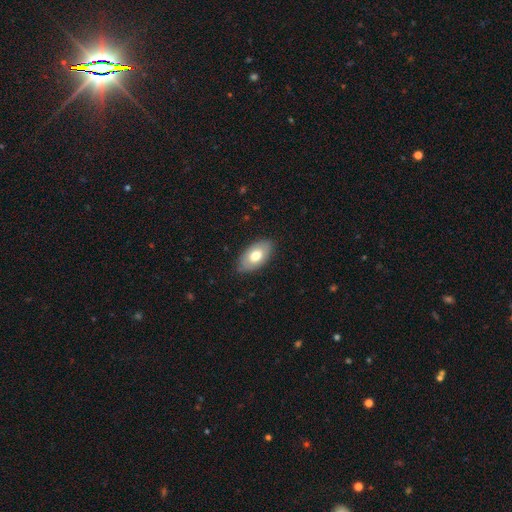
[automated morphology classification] Q: Smooth or featured?
A: smooth (70%); runner-up: featured or disk (24%)
Q: How rounded?
A: in between (94%); runner-up: round (4%)
Q: Merging?
A: none (83%); runner-up: minor disturbance (13%)